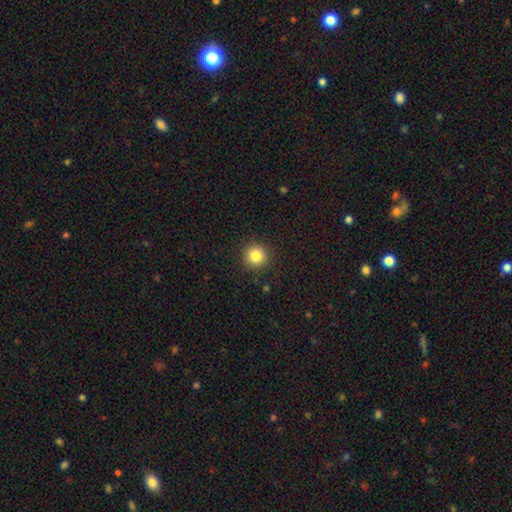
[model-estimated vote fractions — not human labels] Overall: smooth (83%). How rounded: round (95%). Merging: none (92%).